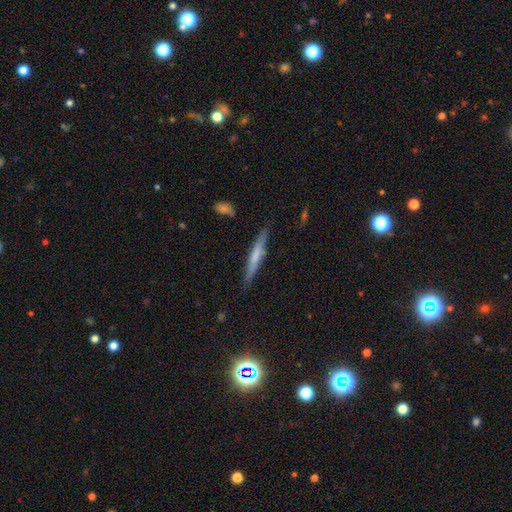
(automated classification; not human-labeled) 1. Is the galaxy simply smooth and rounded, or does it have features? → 49% smooth, 45% featured or disk, 6% star or artifact.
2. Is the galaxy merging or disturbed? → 86% none, 11% minor disturbance, 2% major disturbance, 2% merger.